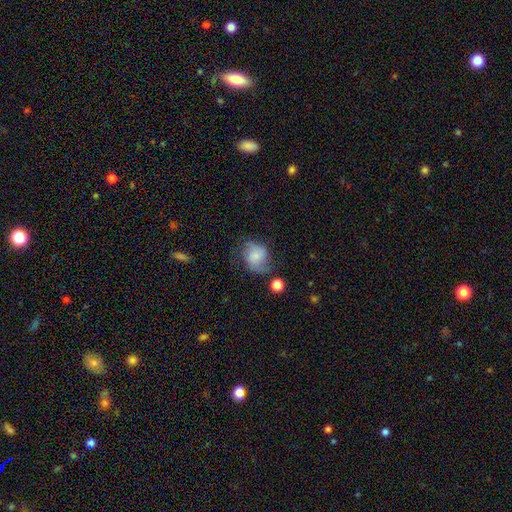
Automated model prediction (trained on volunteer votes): Smooth or featured? smooth (56%)
How rounded? round (57%)
Merging? none (51%)